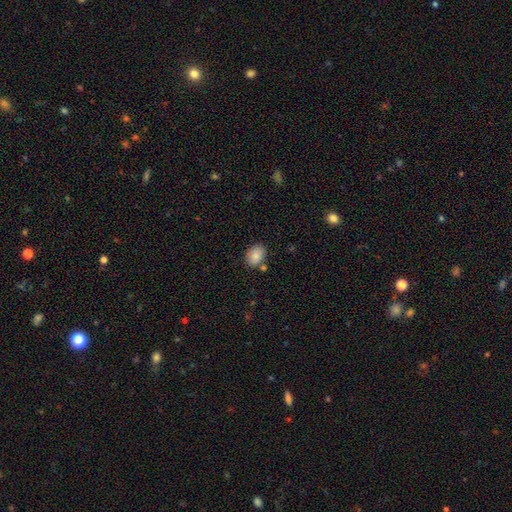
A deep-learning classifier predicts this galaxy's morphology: smooth_or_featured: smooth (p=0.86) [alt: star or artifact p=0.08]
how_rounded: in between (p=0.70) [alt: round p=0.29]
merging: none (p=0.78) [alt: minor disturbance p=0.12]